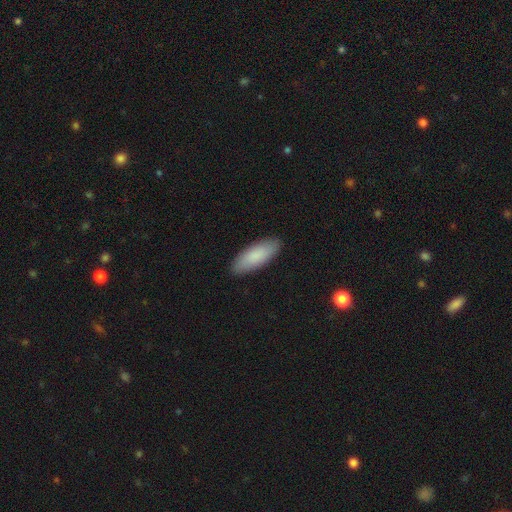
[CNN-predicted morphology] This appears to be a smooth galaxy with no disk features (86%) that is in between round and cigar-shaped (70%). Merging: none (89%).